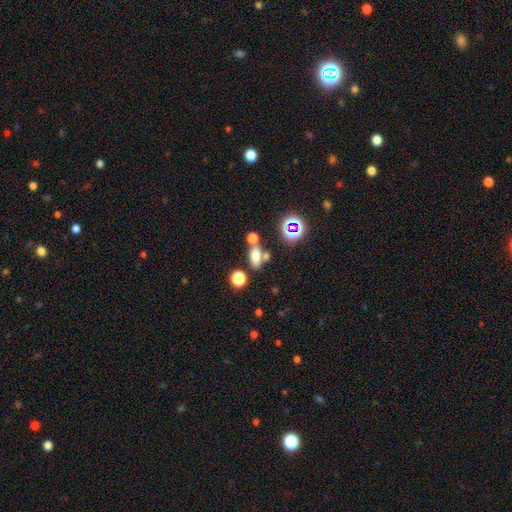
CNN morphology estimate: smooth 67%, star or artifact 19%, featured or disk 14%. Down the decision tree: how rounded — in between (73%); merging — none (58%).